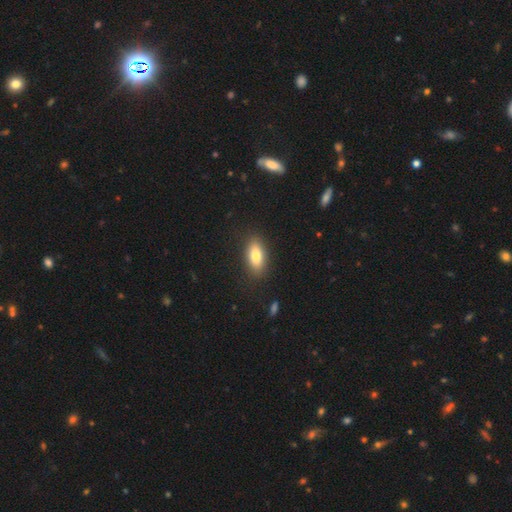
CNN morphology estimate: Overall: smooth (79%). How rounded: in between (85%). Merging: none (87%).